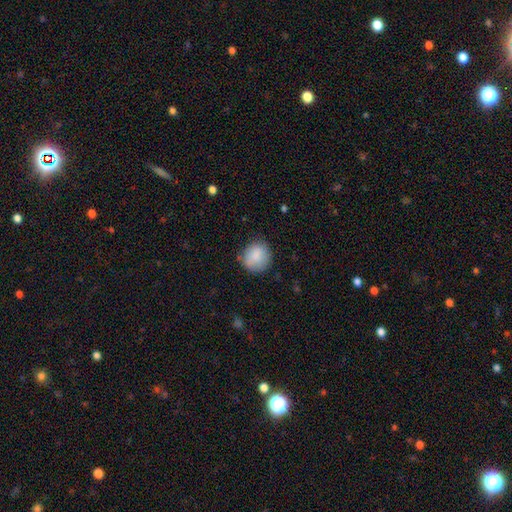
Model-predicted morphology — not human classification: This appears to be a smooth galaxy with no disk features (86%) that is round (83%). Merging: none (78%).